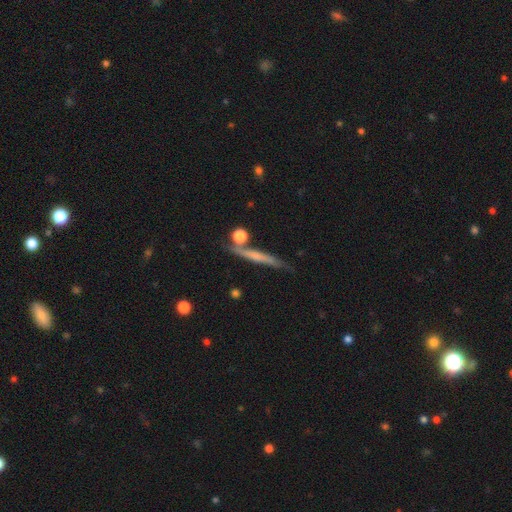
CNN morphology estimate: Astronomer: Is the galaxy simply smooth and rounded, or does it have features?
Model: featured or disk — 49% (runner-up: smooth, 43%).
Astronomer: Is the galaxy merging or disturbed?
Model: none — 74%.